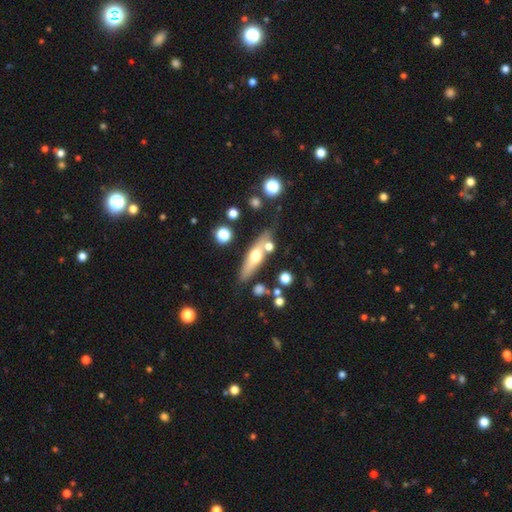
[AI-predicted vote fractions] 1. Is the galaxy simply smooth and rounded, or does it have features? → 49% featured or disk, 44% smooth, 7% star or artifact.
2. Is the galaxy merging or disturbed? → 70% none, 15% minor disturbance, 11% merger, 4% major disturbance.